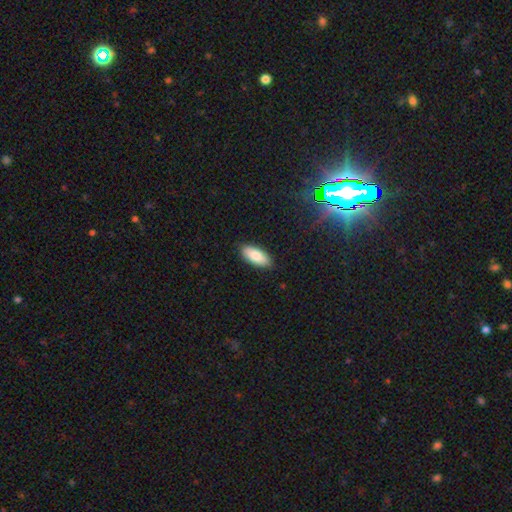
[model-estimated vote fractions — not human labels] Q: Smooth or featured?
A: smooth (84%); runner-up: featured or disk (10%)
Q: How rounded?
A: in between (85%); runner-up: cigar-shaped (13%)
Q: Merging?
A: none (88%); runner-up: minor disturbance (10%)